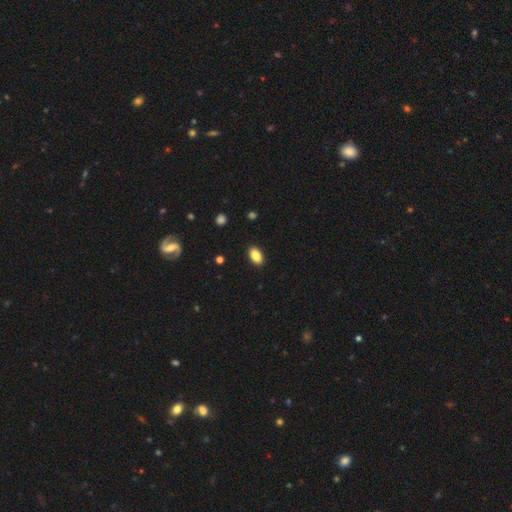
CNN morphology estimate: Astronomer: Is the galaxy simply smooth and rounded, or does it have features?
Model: smooth — 88%.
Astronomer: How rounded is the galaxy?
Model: in between — 91%.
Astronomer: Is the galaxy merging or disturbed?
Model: none — 89%.